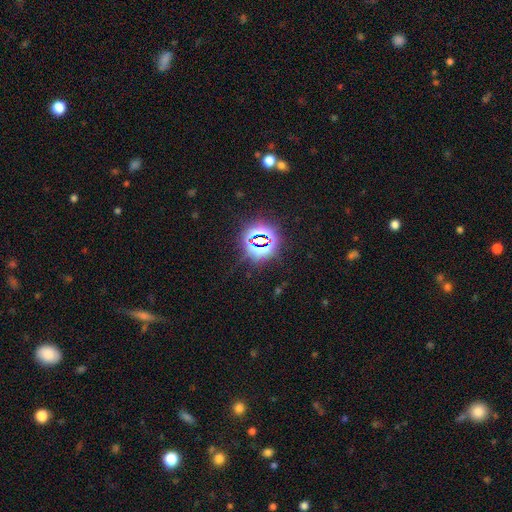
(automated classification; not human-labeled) The model was most divided on "smooth or featured": star or artifact: 80%, smooth: 13%, featured or disk: 7%.